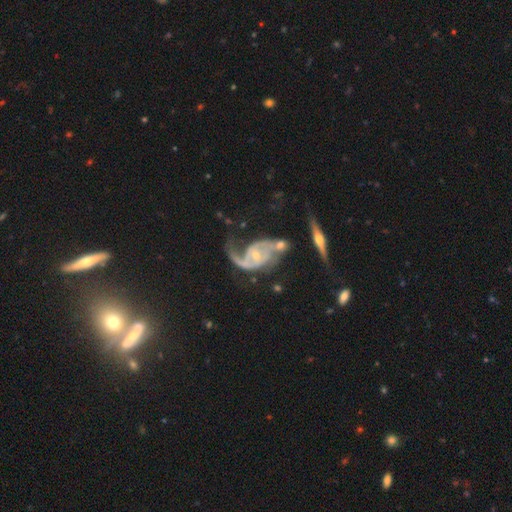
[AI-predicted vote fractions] Overall: featured or disk (90%). Edge-on disk: no (96%). Bar: no (57%; weak 32%). Spiral arms: yes (96%). Spiral arm count: 2 (75%). Spiral winding: medium (45%; loose 33%). Bulge size: small (63%; moderate 32%). Merging: none (35%; major disturbance 26%).